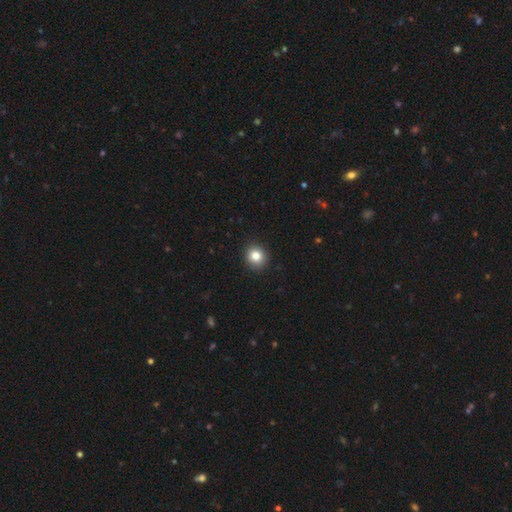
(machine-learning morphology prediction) The model was most divided on "smooth or featured": smooth: 82%, star or artifact: 11%, featured or disk: 7%. More confident: merging — none (92%); how rounded — round (87%).